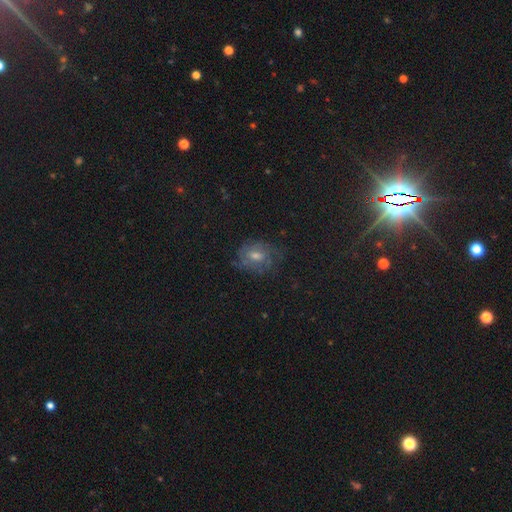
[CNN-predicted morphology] Smooth or featured? featured or disk (44%)
Merging? none (72%)